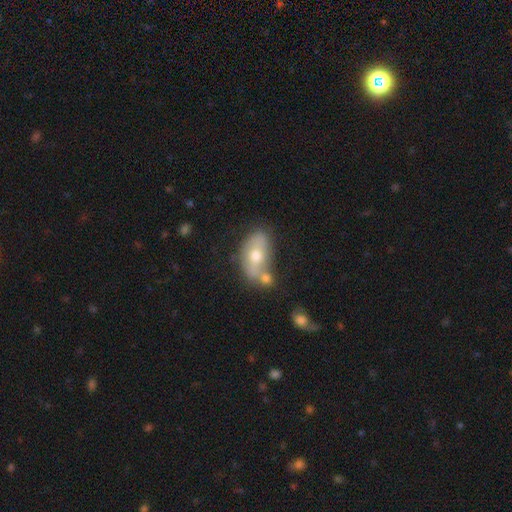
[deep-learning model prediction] Smooth or featured: smooth — 52% (featured or disk — 40%)
How rounded: in between — 88% (round — 8%)
Merging: none — 43% (merger — 30%)